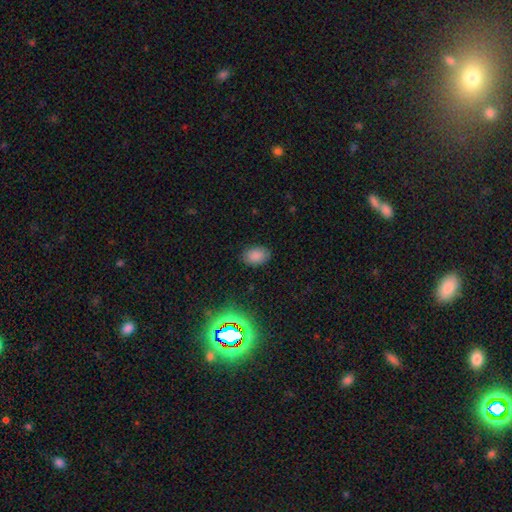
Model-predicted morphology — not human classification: smooth 82%, star or artifact 13%, featured or disk 5%. Down the decision tree: how rounded — in between (85%); merging — none (85%).